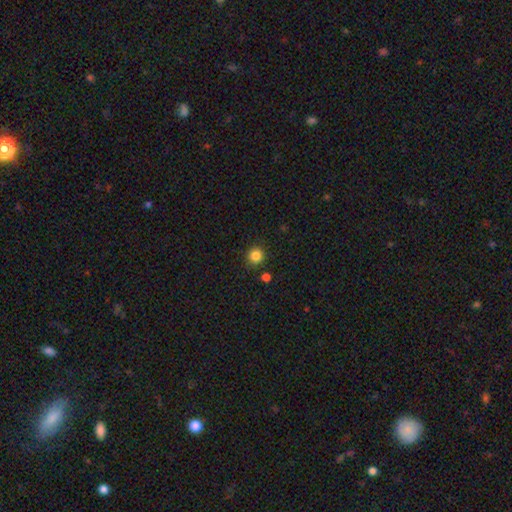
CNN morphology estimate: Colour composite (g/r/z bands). It shows a smooth galaxy with no disk features (84%) that is round (93%). Merging: none (88%).